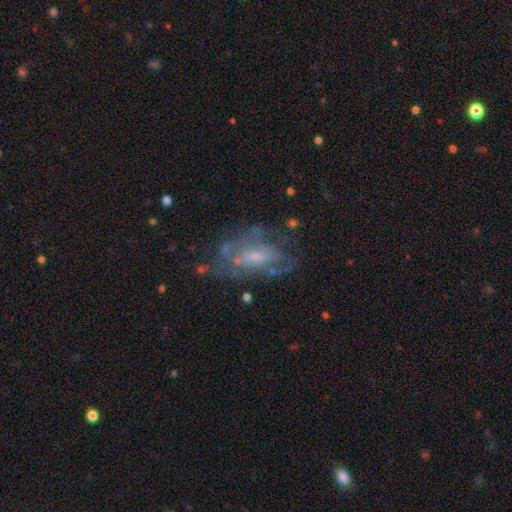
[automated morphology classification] A featured or disk galaxy (69%) with no bar (52%), spiral arms (59%) and a small central bulge (54%). Merging: none (55%).